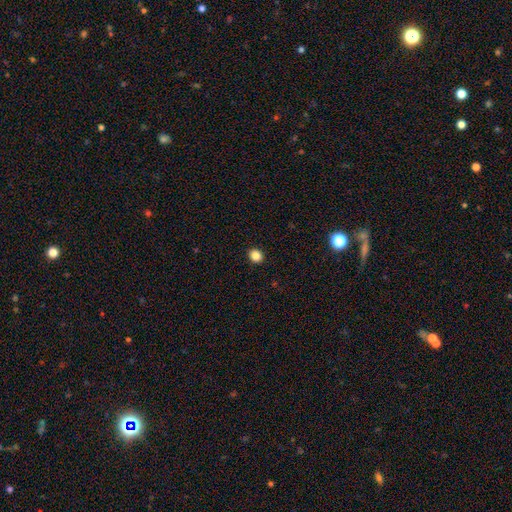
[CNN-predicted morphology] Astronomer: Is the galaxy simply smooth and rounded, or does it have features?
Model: smooth — 85%.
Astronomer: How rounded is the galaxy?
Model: round — 66%.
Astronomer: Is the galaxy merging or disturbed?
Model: none — 92%.